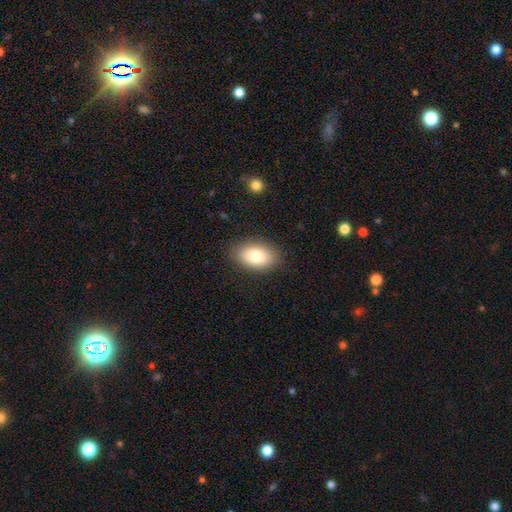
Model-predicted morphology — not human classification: A smooth galaxy with no disk features (81%) that is in between round and cigar-shaped (91%).

Vote fractions:
- Smooth or featured? smooth: 81% / featured or disk: 11% / star or artifact: 8%
- How rounded? in between: 91% / round: 7% / cigar-shaped: 2%
- Merging? none: 87% / minor disturbance: 10% / major disturbance: 3% / merger: 1%